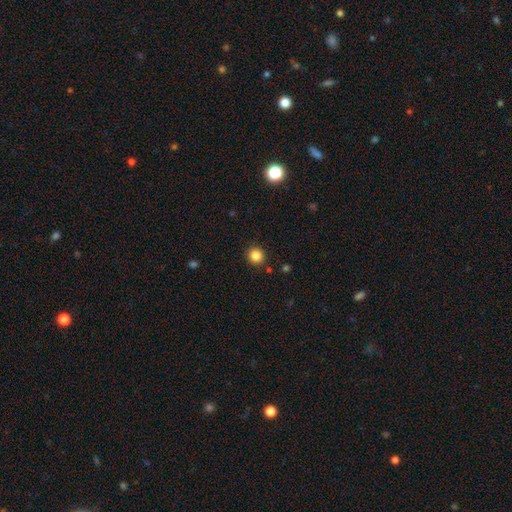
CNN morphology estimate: Overall: smooth (85%). How rounded: round (92%). Merging: none (90%).